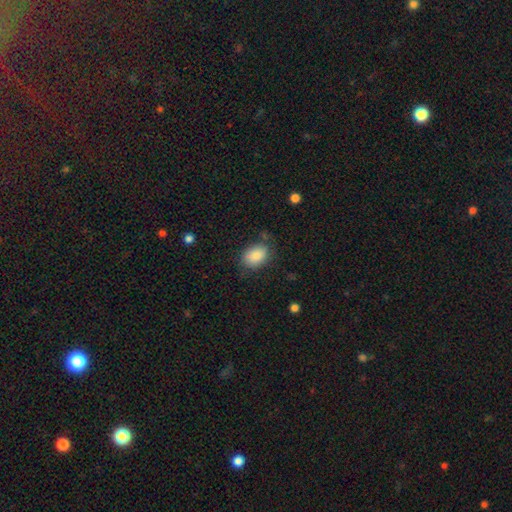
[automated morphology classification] Smooth or featured?
  - smooth: 86% *
  - star or artifact: 8%
  - featured or disk: 7%
How rounded?
  - in between: 79% *
  - round: 20%
  - cigar-shaped: 1%
Merging?
  - none: 71% *
  - minor disturbance: 20%
  - major disturbance: 6%
  - merger: 3%